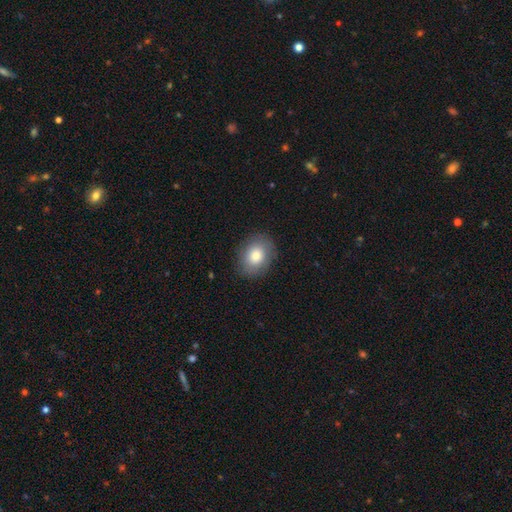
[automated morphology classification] smooth_or_featured: smooth (p=0.81) [alt: featured or disk p=0.12]
how_rounded: in between (p=0.56) [alt: round p=0.43]
merging: none (p=0.86) [alt: minor disturbance p=0.10]